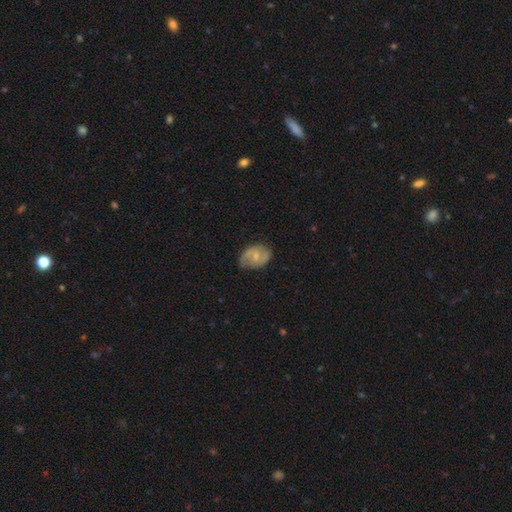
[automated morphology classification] Overall: featured or disk (56%; smooth 38%). Edge-on disk: no (97%). Bar: weak (46%; no 45%). Spiral arms: yes (83%). Bulge size: small (53%; moderate 37%). Merging: none (68%).